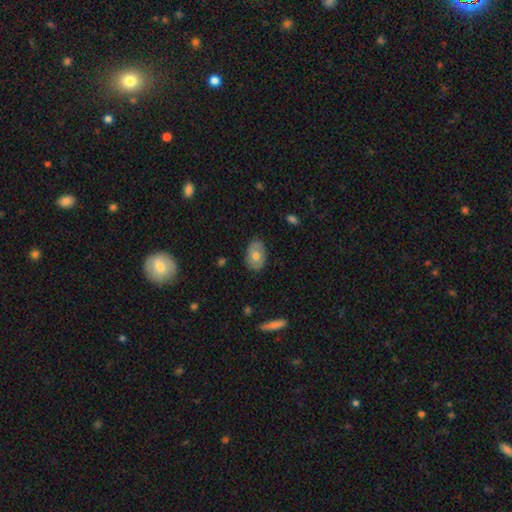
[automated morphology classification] The model was most divided on "smooth or featured": smooth: 65%, featured or disk: 28%, star or artifact: 7%. More confident: how rounded — in between (86%); merging — none (83%).